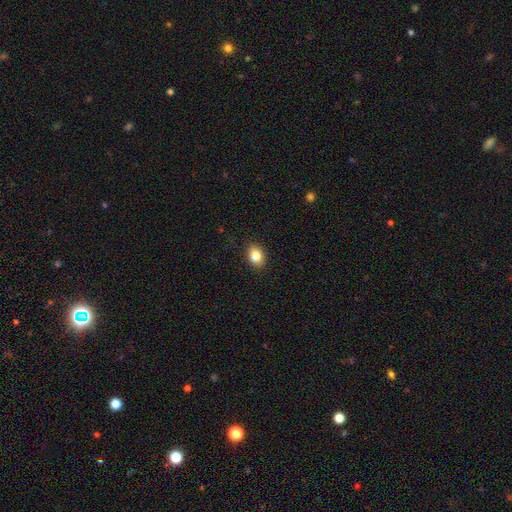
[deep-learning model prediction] Q: Smooth or featured?
A: smooth (85%); runner-up: star or artifact (9%)
Q: How rounded?
A: in between (68%); runner-up: round (31%)
Q: Merging?
A: none (88%); runner-up: minor disturbance (9%)